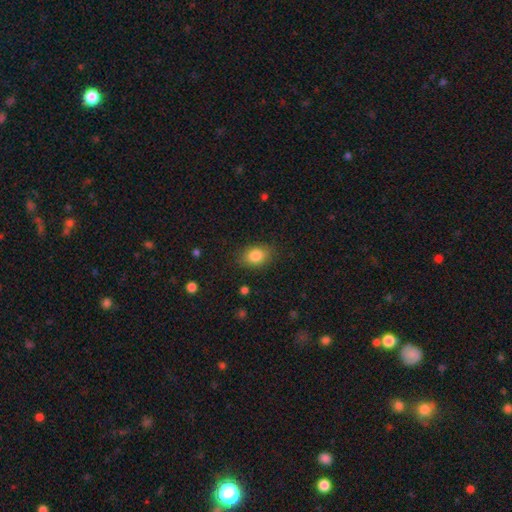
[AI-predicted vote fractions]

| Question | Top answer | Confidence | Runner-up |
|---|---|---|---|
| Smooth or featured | smooth | 84% | star or artifact (9%) |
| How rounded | in between | 74% | round (25%) |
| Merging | none | 84% | minor disturbance (12%) |